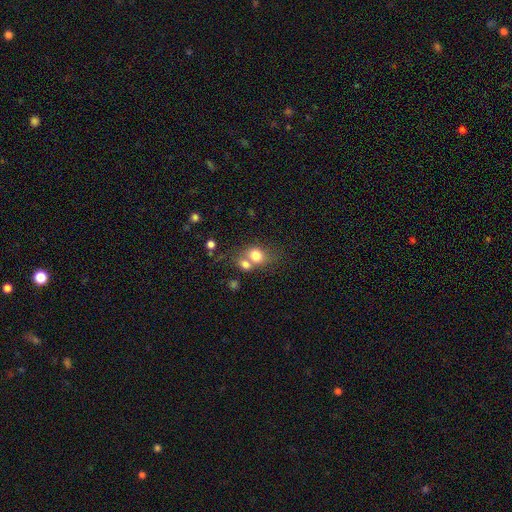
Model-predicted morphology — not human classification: Smooth or featured? Predicted: smooth (p=0.76). How rounded? Predicted: round (p=0.53). Merging? Predicted: merger (p=0.53).